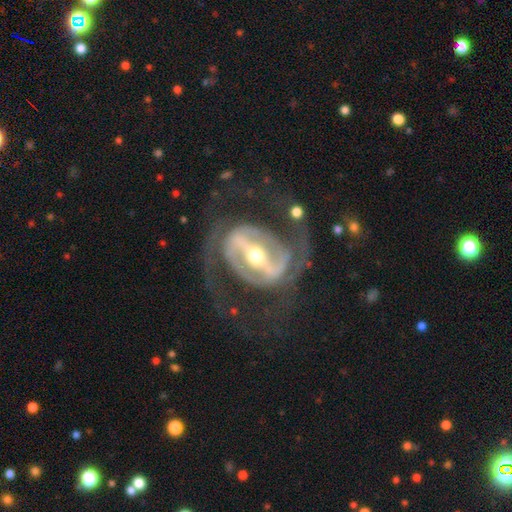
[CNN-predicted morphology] smooth_or_featured: featured or disk (p=0.89) [alt: smooth p=0.06]
disk_edge_on: no (p=0.95) [alt: yes p=0.05]
bar: strong (p=0.78) [alt: weak p=0.15]
has_spiral_arms: yes (p=0.79) [alt: no p=0.21]
spiral_winding: medium (p=0.48) [alt: tight p=0.30]
spiral_arm_count: 2 (p=0.86) [alt: can't tell p=0.07]
bulge_size: moderate (p=0.57) [alt: small p=0.37]
merging: none (p=0.62) [alt: major disturbance p=0.22]